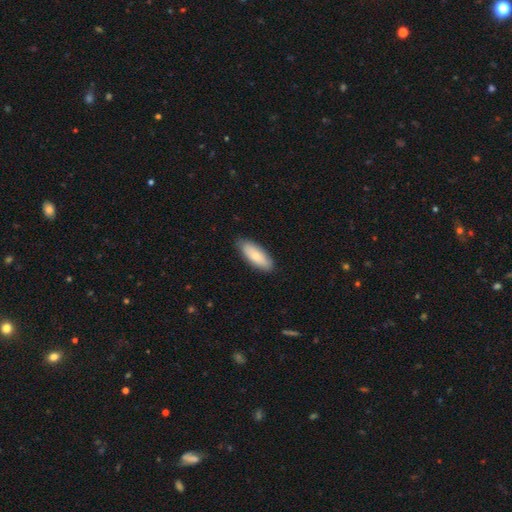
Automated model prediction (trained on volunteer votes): The model was most divided on "smooth or featured": smooth: 74%, featured or disk: 21%, star or artifact: 6%. More confident: merging — none (85%); how rounded — in between (79%).